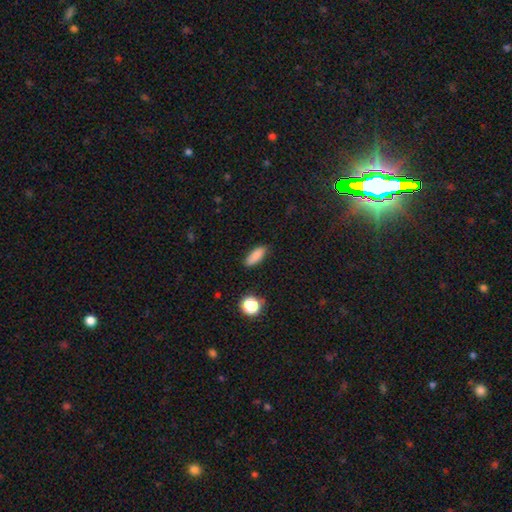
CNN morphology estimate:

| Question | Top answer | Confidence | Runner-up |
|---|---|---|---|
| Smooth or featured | smooth | 85% | star or artifact (10%) |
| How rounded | in between | 71% | cigar-shaped (26%) |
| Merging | none | 83% | minor disturbance (12%) |